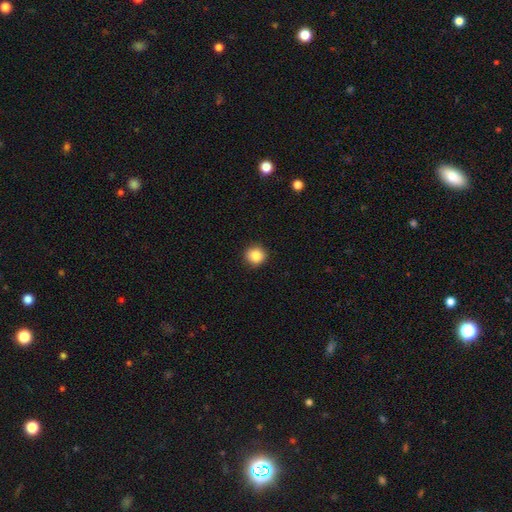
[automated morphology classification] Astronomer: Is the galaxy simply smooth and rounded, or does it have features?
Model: smooth — 86%.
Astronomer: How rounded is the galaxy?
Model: round — 91%.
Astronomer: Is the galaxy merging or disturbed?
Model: none — 90%.